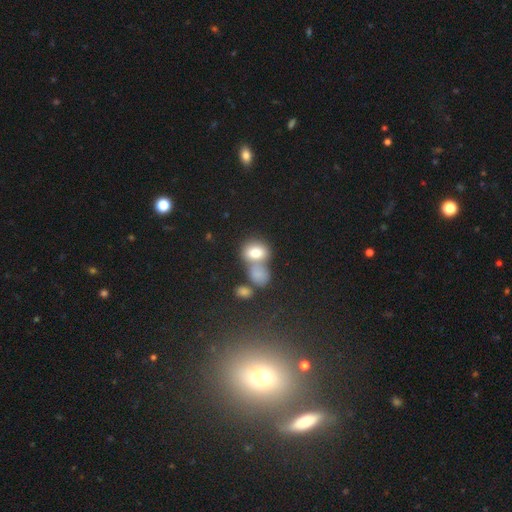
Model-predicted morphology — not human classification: Smooth or featured? Predicted: smooth (p=0.72). How rounded? Predicted: in between (p=0.57). Merging? Predicted: merger (p=0.50).